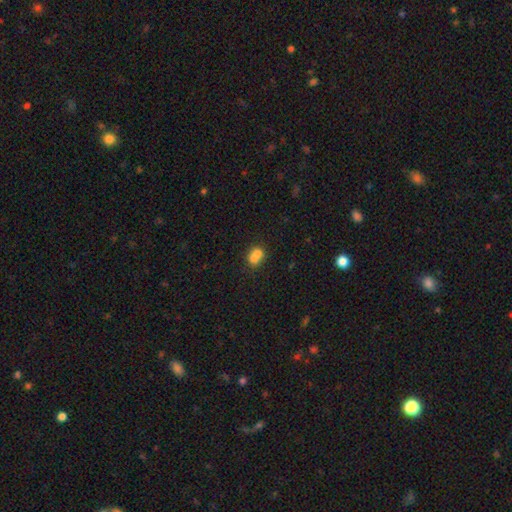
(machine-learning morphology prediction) smooth_or_featured: smooth (p=0.74) [alt: featured or disk p=0.15]
how_rounded: in between (p=0.57) [alt: round p=0.41]
merging: merger (p=0.51) [alt: none p=0.34]